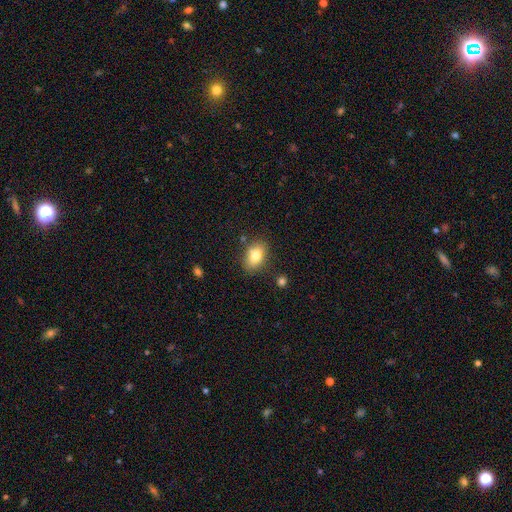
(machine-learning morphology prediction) smooth 80%, featured or disk 12%, star or artifact 9%. Down the decision tree: how rounded — in between (83%); merging — none (80%).